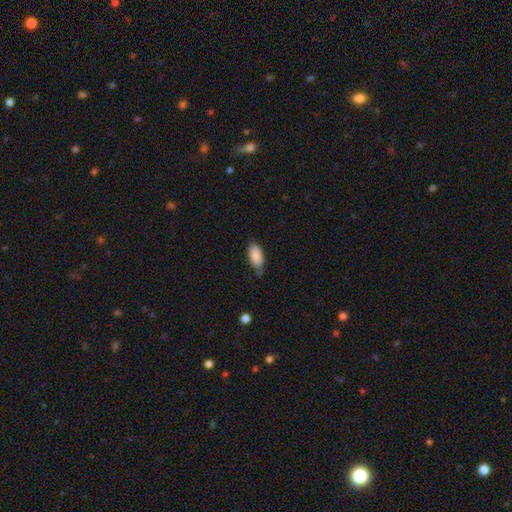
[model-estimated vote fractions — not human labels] A smooth galaxy with no disk features (88%) that is in between round and cigar-shaped (91%).

Vote fractions:
- Smooth or featured? smooth: 88% / star or artifact: 7% / featured or disk: 5%
- How rounded? in between: 91% / cigar-shaped: 7% / round: 2%
- Merging? none: 67% / minor disturbance: 25% / major disturbance: 4% / merger: 4%